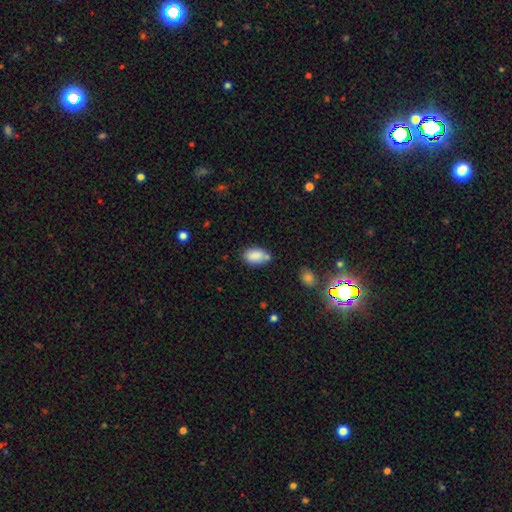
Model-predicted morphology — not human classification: Smooth or featured: smooth — 86% (star or artifact — 8%)
How rounded: in between — 91% (round — 8%)
Merging: none — 64% (minor disturbance — 20%)